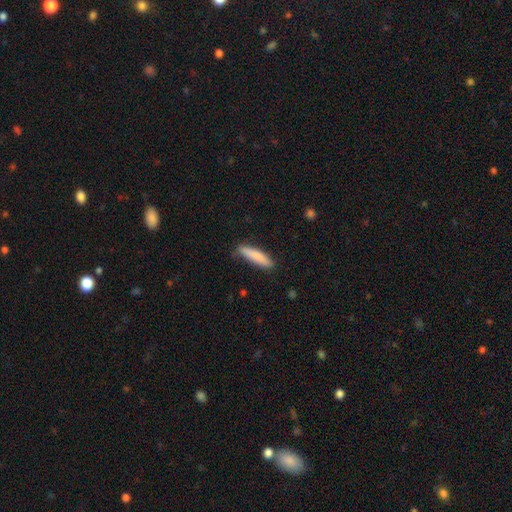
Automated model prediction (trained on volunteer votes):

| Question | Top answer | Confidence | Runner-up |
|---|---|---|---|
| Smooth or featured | smooth | 85% | featured or disk (10%) |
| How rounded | cigar-shaped | 77% | in between (22%) |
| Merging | none | 78% | minor disturbance (17%) |